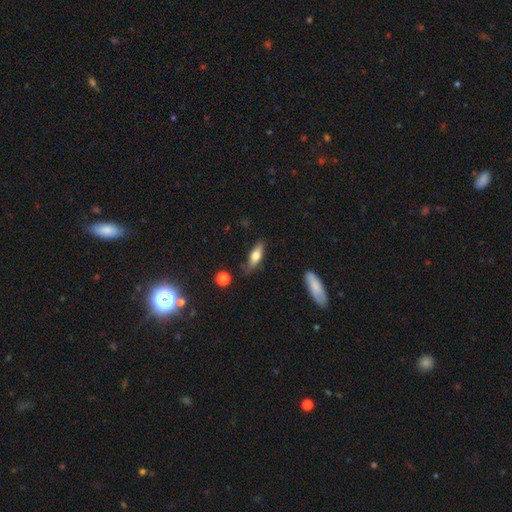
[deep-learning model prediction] Smooth or featured? smooth (64%)
How rounded? in between (52%)
Merging? none (68%)